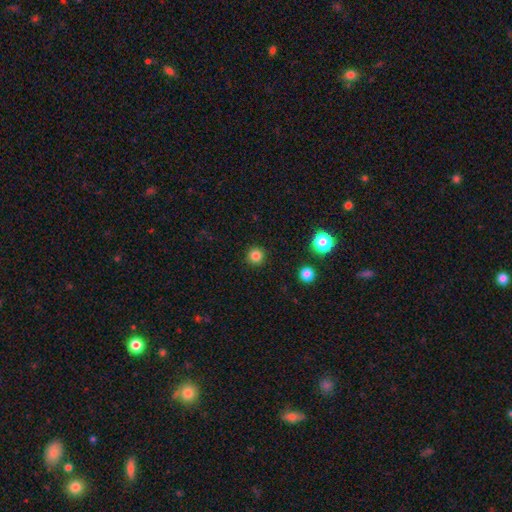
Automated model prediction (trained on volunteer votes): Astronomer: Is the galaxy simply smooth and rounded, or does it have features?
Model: smooth — 83%.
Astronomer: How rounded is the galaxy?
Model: round — 96%.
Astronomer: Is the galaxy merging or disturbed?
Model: none — 93%.